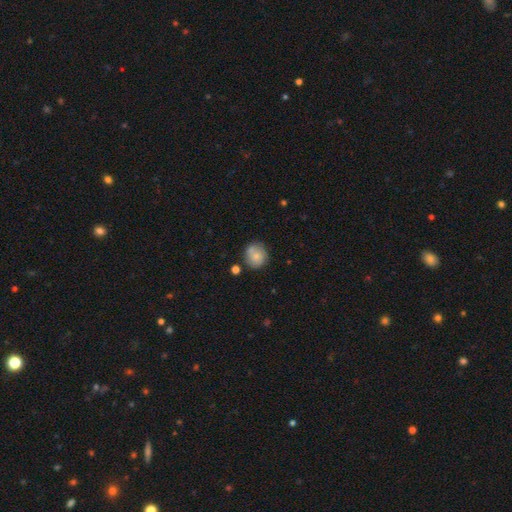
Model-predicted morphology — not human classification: Overall: smooth (73%). How rounded: round (84%). Merging: none (62%).